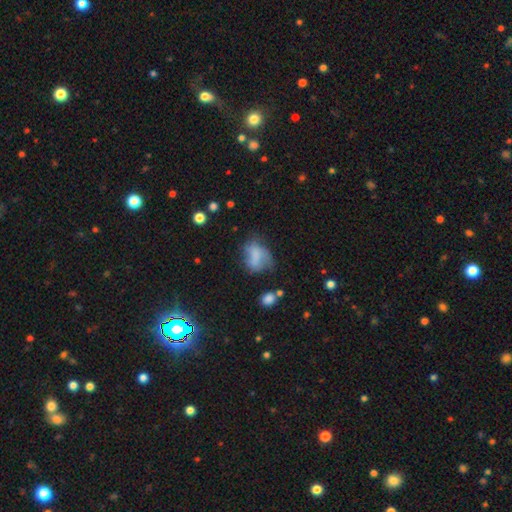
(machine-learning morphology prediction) type=smooth (62%); roundness=in between (67%); merging=none (34%).